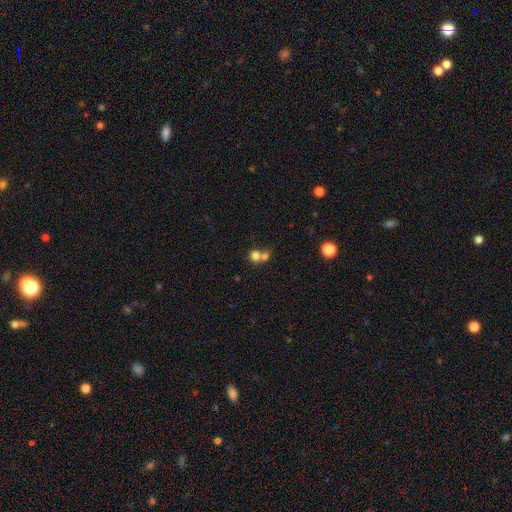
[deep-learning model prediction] Overall: smooth (76%). How rounded: round (80%). Merging: merger (59%; none 32%).